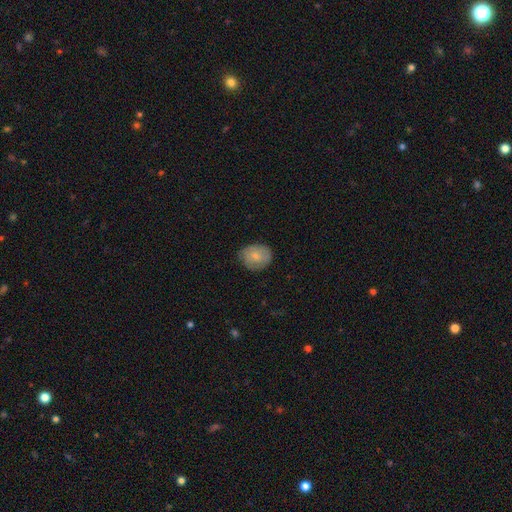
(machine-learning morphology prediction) Smooth or featured?
  - smooth: 76% *
  - featured or disk: 18%
  - star or artifact: 7%
How rounded?
  - round: 53% *
  - in between: 46%
  - cigar-shaped: 1%
Merging?
  - none: 74% *
  - minor disturbance: 21%
  - major disturbance: 4%
  - merger: 1%